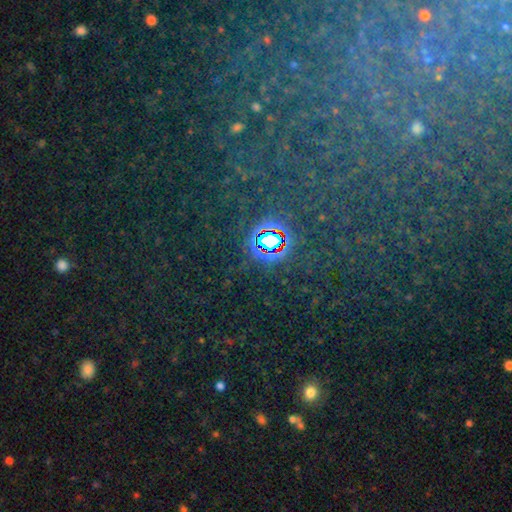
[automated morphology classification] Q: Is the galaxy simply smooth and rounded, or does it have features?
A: star or artifact — 76%.